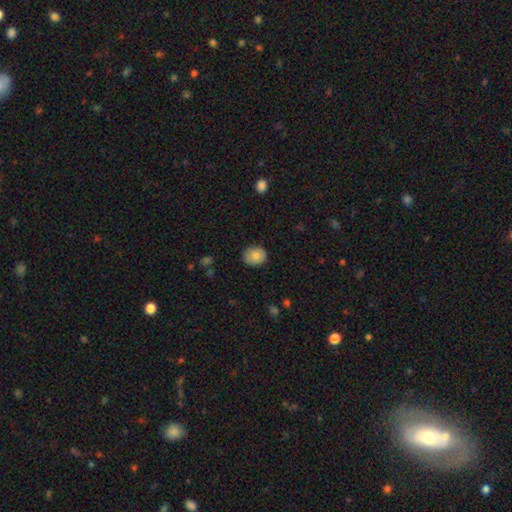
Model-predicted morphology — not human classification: A smooth galaxy with no disk features (82%) that is round (67%).

Vote fractions:
- Smooth or featured? smooth: 82% / featured or disk: 10% / star or artifact: 8%
- How rounded? round: 67% / in between: 32% / cigar-shaped: 1%
- Merging? none: 84% / minor disturbance: 13% / major disturbance: 2% / merger: 1%